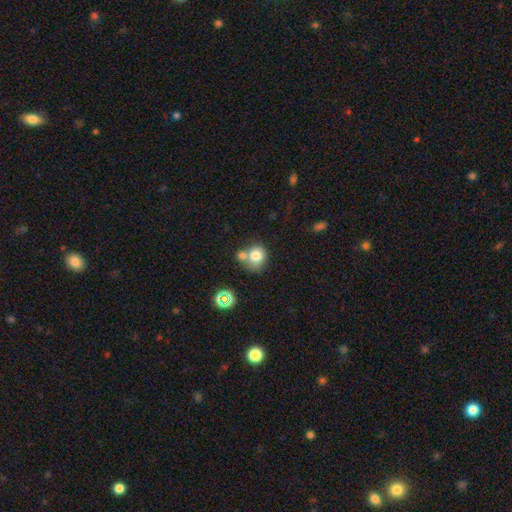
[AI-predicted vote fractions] Q: Smooth or featured?
A: smooth (77%); runner-up: star or artifact (12%)
Q: How rounded?
A: round (78%); runner-up: in between (21%)
Q: Merging?
A: none (45%); runner-up: merger (38%)